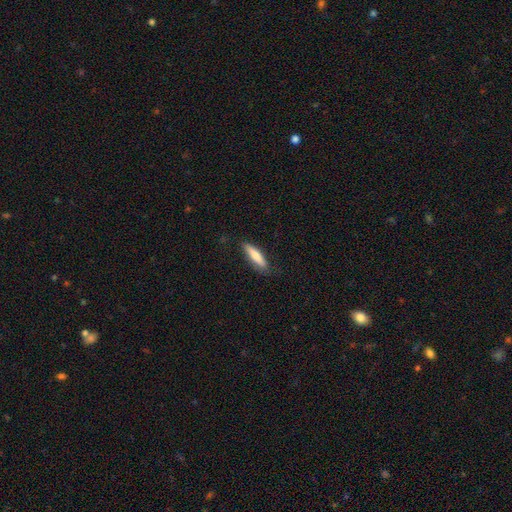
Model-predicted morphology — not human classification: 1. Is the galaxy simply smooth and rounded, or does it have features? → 74% smooth, 20% featured or disk, 5% star or artifact.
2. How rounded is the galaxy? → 76% cigar-shaped, 22% in between, 1% round.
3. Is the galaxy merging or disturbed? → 79% none, 17% minor disturbance, 3% major disturbance, 1% merger.